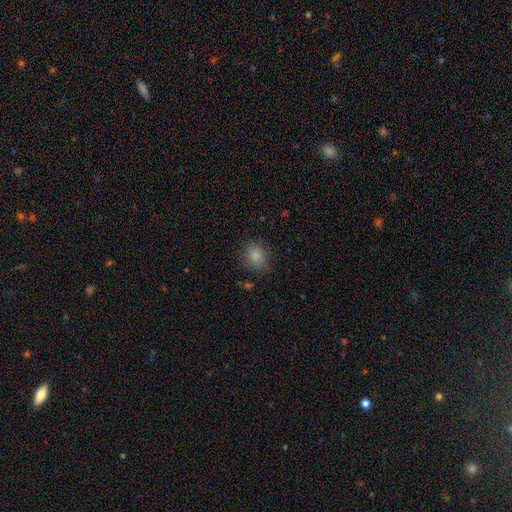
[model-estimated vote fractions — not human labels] This appears to be a smooth galaxy with no disk features (85%) that is round (52%). Merging: none (81%).